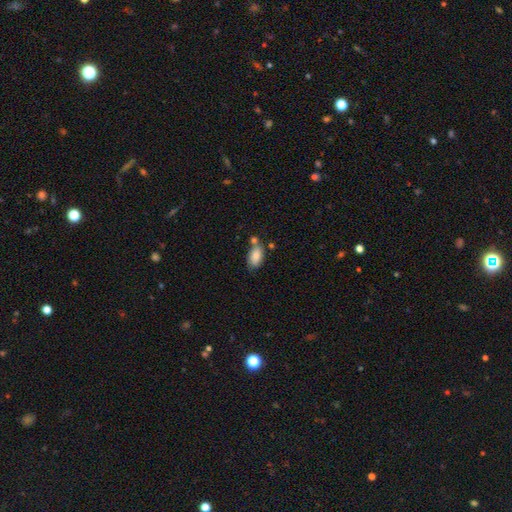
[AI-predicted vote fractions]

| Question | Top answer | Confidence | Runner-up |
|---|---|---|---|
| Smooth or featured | smooth | 84% | featured or disk (9%) |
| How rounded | in between | 92% | round (4%) |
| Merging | none | 56% | merger (21%) |